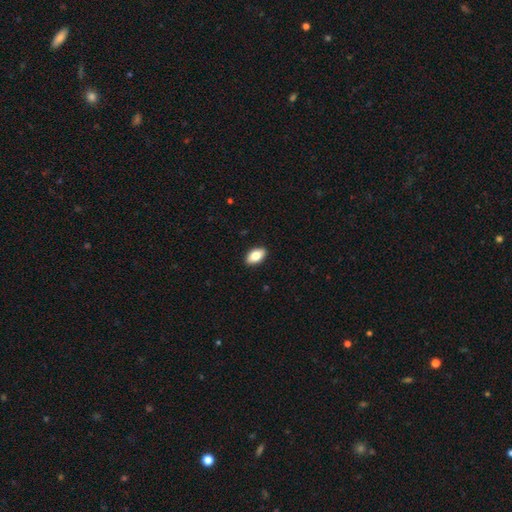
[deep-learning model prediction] The model was most divided on "smooth or featured": smooth: 83%, featured or disk: 11%, star or artifact: 7%. More confident: how rounded — in between (93%); merging — none (90%).